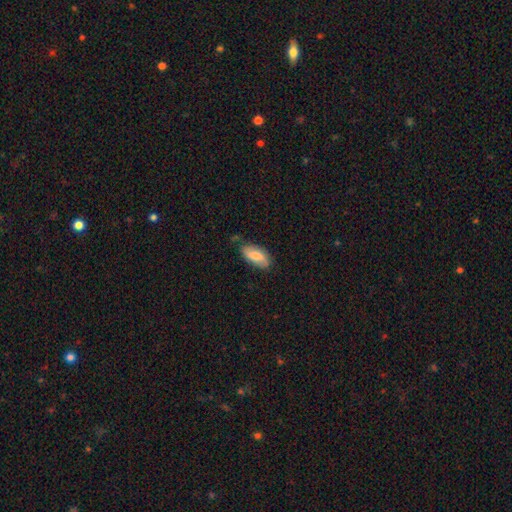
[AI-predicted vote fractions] A smooth galaxy with no disk features (74%) that is in between round and cigar-shaped (88%).

Vote fractions:
- Smooth or featured? smooth: 74% / featured or disk: 19% / star or artifact: 6%
- How rounded? in between: 88% / cigar-shaped: 9% / round: 2%
- Merging? none: 70% / minor disturbance: 23% / major disturbance: 4% / merger: 3%